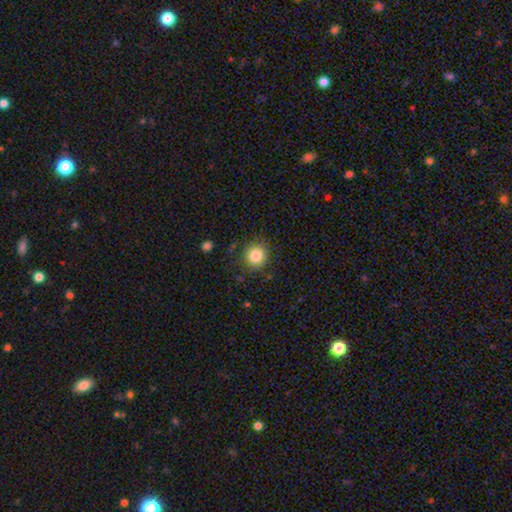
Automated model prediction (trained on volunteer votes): smooth 83%, star or artifact 10%, featured or disk 6%. Down the decision tree: how rounded — round (91%); merging — none (84%).